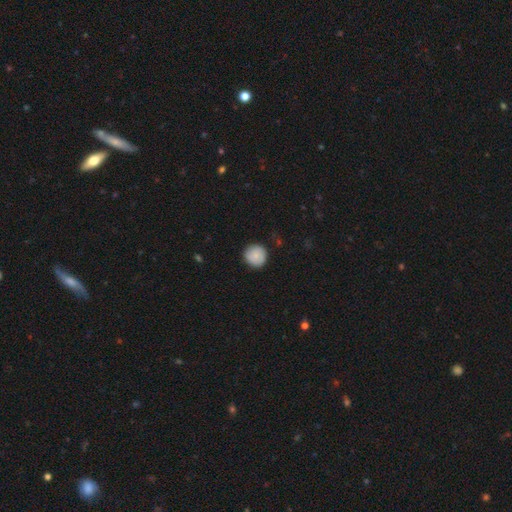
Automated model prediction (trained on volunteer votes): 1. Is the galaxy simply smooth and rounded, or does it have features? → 86% smooth, 7% featured or disk, 7% star or artifact.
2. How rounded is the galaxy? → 94% round, 5% in between, 1% cigar-shaped.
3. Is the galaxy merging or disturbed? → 87% none, 10% minor disturbance, 2% major disturbance, 1% merger.